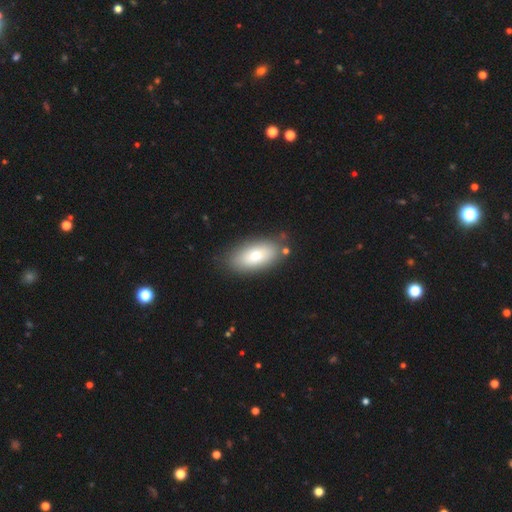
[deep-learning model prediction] Morphology: type=smooth (77%); roundness=in between (91%); merging=none (79%).